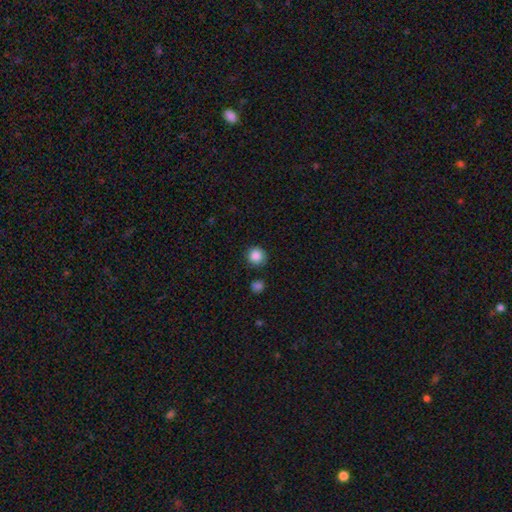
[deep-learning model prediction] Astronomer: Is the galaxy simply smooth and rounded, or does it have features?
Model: smooth — 86%.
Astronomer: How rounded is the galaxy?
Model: round — 94%.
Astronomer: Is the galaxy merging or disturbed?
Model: none — 85%.